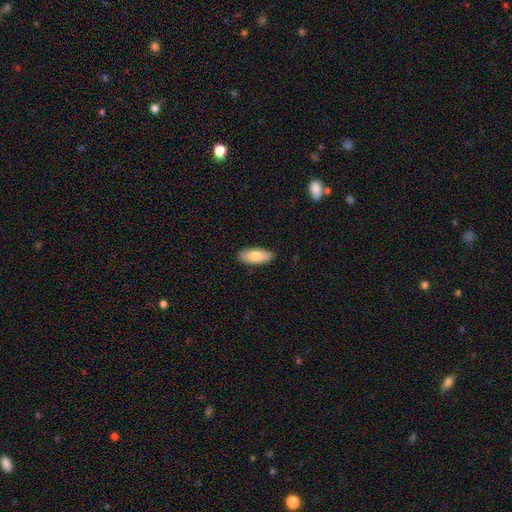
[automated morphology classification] A smooth galaxy with no disk features (81%) that is in between round and cigar-shaped (87%).

Vote fractions:
- Smooth or featured? smooth: 81% / featured or disk: 13% / star or artifact: 6%
- How rounded? in between: 87% / cigar-shaped: 11% / round: 2%
- Merging? none: 85% / minor disturbance: 12% / major disturbance: 2% / merger: 1%